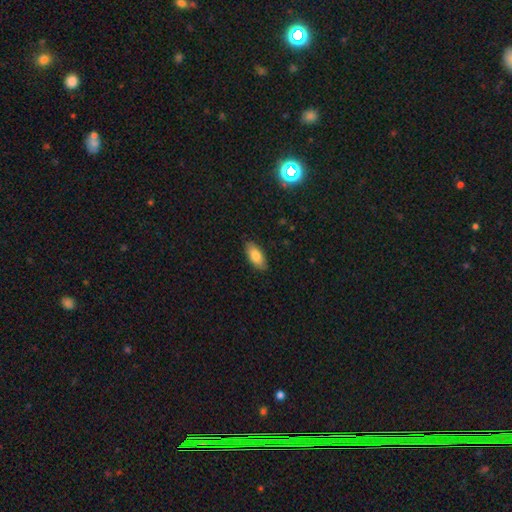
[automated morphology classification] This is clearly a smooth galaxy (82%). How rounded: clearly in between (88%). Merging: clearly none (88%).